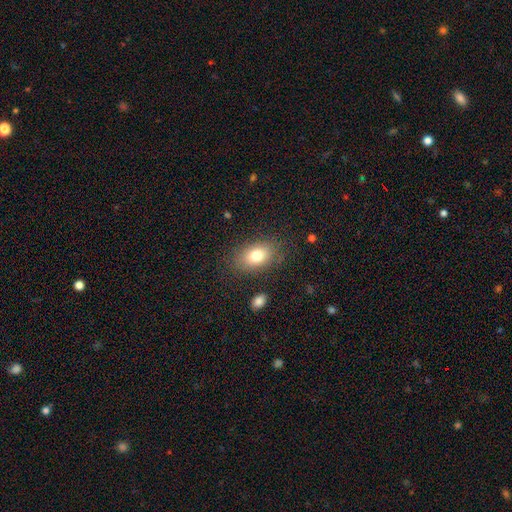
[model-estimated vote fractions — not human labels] This appears to be a smooth galaxy with no disk features (78%) that is in between round and cigar-shaped (83%). Merging: none (85%).